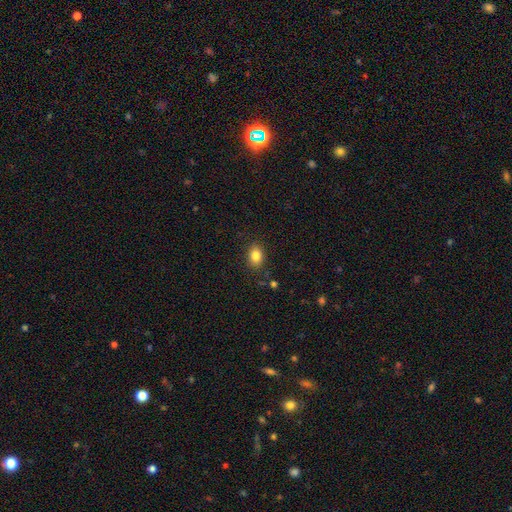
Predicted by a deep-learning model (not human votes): The model was most divided on "how rounded": in between: 73%, round: 26%, cigar-shaped: 1%. More confident: merging — none (85%); smooth or featured — smooth (83%).